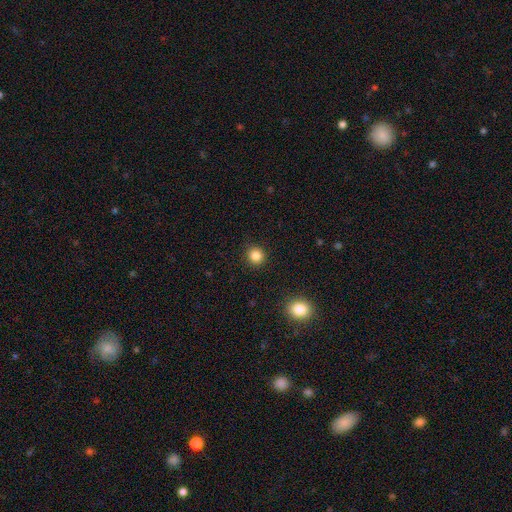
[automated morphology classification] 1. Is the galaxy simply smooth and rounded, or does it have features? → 85% smooth, 12% star or artifact, 4% featured or disk.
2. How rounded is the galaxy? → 91% round, 8% in between, 1% cigar-shaped.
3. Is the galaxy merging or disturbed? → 90% none, 6% minor disturbance, 2% major disturbance, 1% merger.